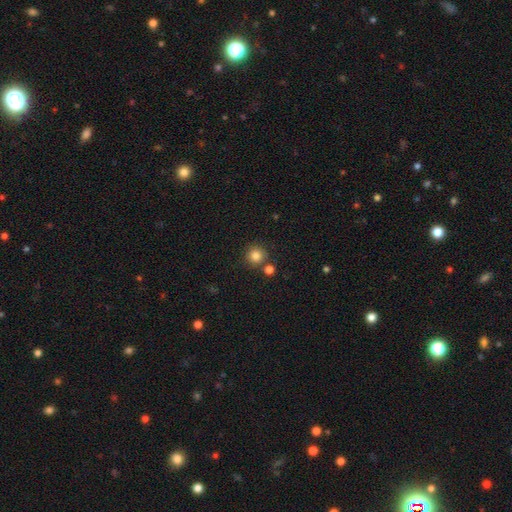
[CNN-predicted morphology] Overall: smooth (84%). How rounded: round (93%). Merging: none (79%).